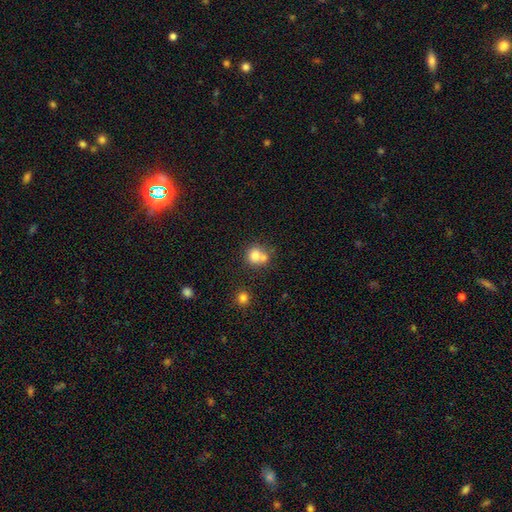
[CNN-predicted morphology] Q: Smooth or featured?
A: smooth (75%); runner-up: featured or disk (14%)
Q: How rounded?
A: round (81%); runner-up: in between (18%)
Q: Merging?
A: merger (46%); runner-up: none (41%)